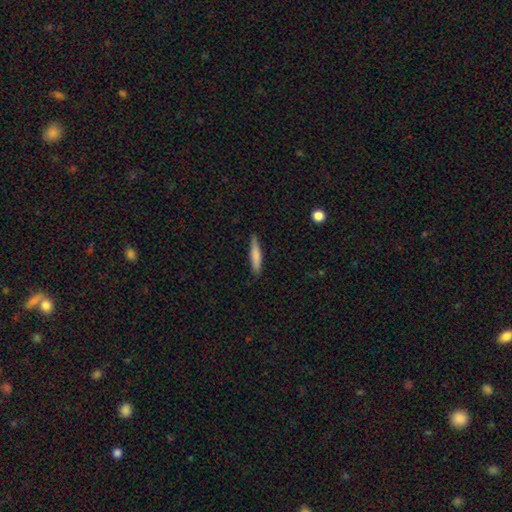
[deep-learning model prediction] smooth-or-featured: smooth: 75% | featured or disk: 19% | star or artifact: 6%
  how-rounded: cigar-shaped: 89% | in between: 10% | round: 1%
  merging: none: 85% | minor disturbance: 12% | major disturbance: 2% | merger: 1%